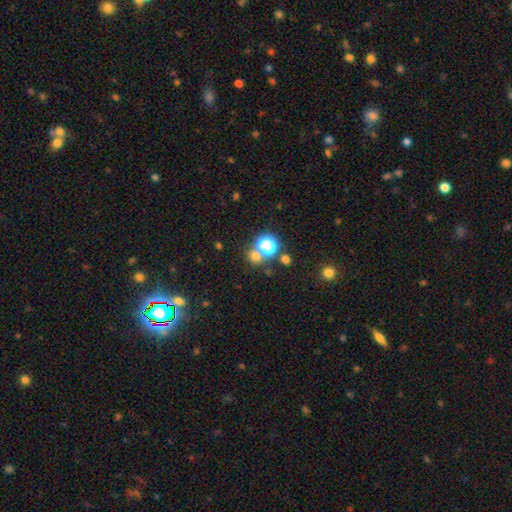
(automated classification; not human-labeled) smooth-or-featured: smooth: 61% | star or artifact: 31% | featured or disk: 7%
  how-rounded: round: 86% | in between: 13% | cigar-shaped: 1%
  merging: none: 67% | merger: 22% | minor disturbance: 7% | major disturbance: 4%